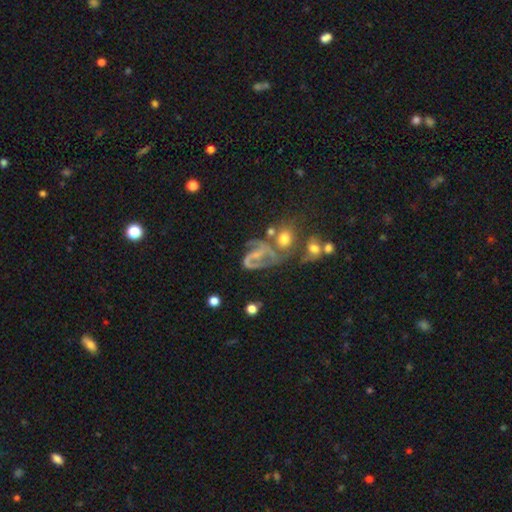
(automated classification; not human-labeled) The model was most divided on "bar": weak: 42%, no: 36%, strong: 22%. Remaining: edge-on disk — no (98%); spiral arms — yes (91%); spiral arm count — 2 (80%); smooth or featured — featured or disk (80%); spiral winding — medium (52%); bulge size — small (51%); merging — none (36%).